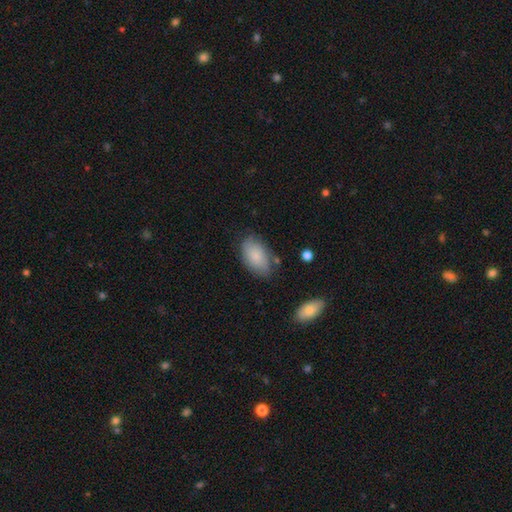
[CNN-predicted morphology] This appears to be a smooth galaxy with no disk features (76%) that is in between round and cigar-shaped (93%). Merging: none (72%).